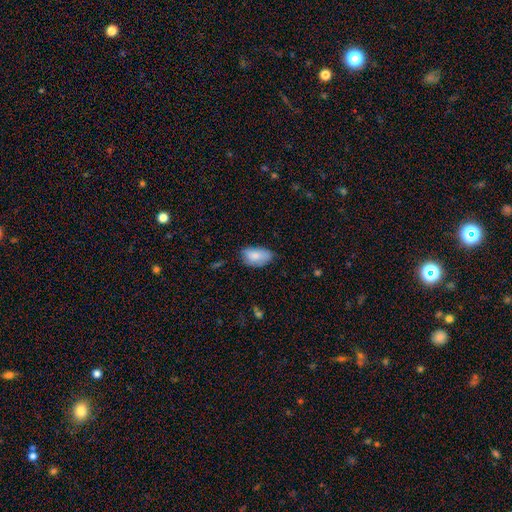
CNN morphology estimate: smooth_or_featured: smooth (p=0.82) [alt: featured or disk p=0.11]
how_rounded: in between (p=0.93) [alt: round p=0.05]
merging: none (p=0.59) [alt: minor disturbance p=0.33]